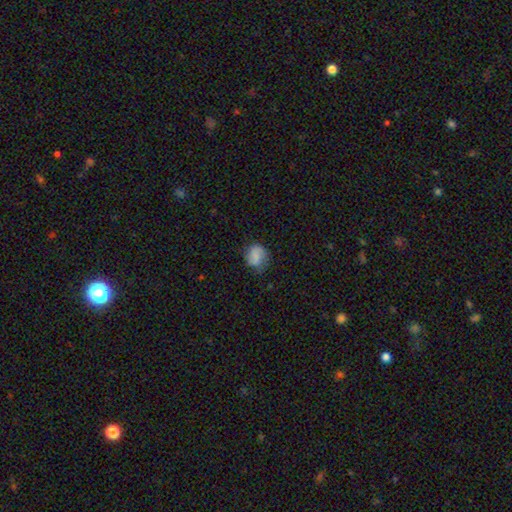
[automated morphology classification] Smooth or featured? Predicted: smooth (p=0.69). How rounded? Predicted: round (p=0.63). Merging? Predicted: none (p=0.63).